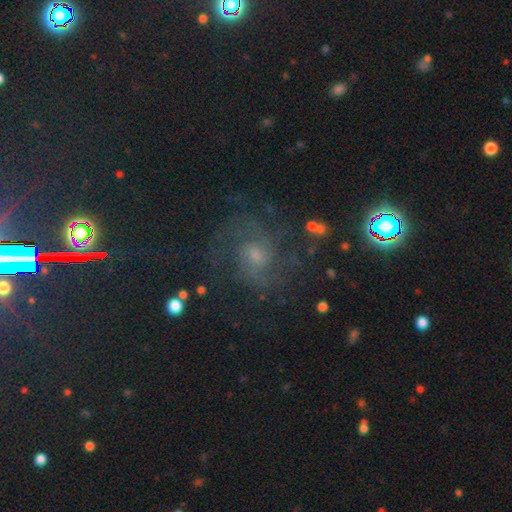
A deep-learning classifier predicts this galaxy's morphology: This is likely a featured or disk galaxy (65%). It is clearly not viewed edge-on (97%). Bar: possibly no (59%). Spiral arm pattern: clearly yes (91%). Spiral arm count: marginally can't tell (36%). Spiral winding: possibly medium (46%). Central bulge: marginally small (45%). Merging: likely none (68%).